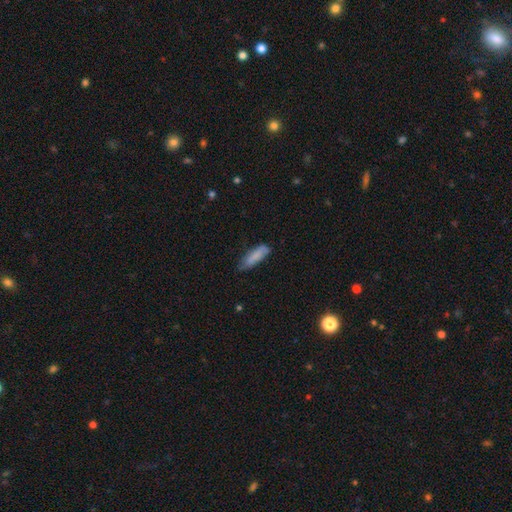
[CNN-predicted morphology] smooth_or_featured: smooth (p=0.81) [alt: featured or disk p=0.13]
how_rounded: in between (p=0.50) [alt: cigar-shaped p=0.48]
merging: none (p=0.62) [alt: minor disturbance p=0.30]